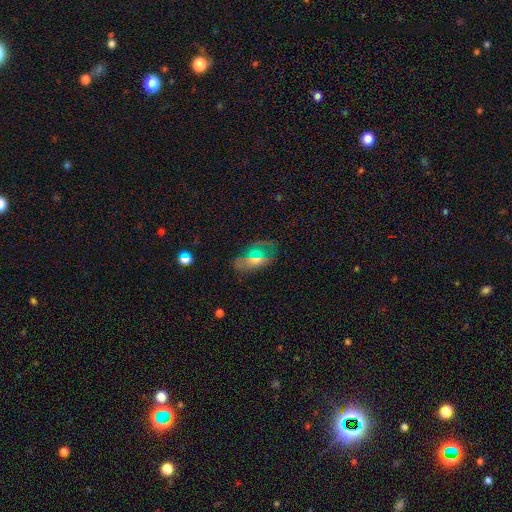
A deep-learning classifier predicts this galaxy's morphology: Overall: smooth (45%; featured or disk 31%). Merging: none (65%).